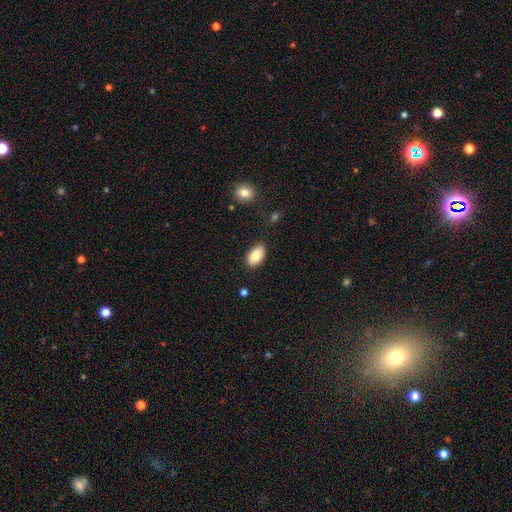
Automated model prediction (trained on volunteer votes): Smooth or featured: smooth — 83% (featured or disk — 10%)
How rounded: in between — 93% (round — 4%)
Merging: none — 85% (minor disturbance — 11%)